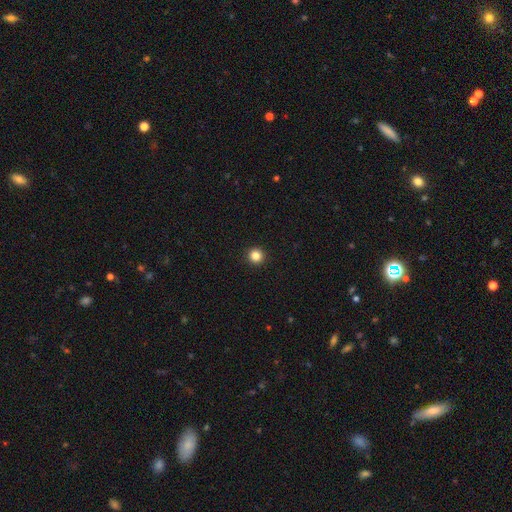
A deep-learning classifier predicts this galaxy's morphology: Smooth or featured: smooth — 84% (star or artifact — 12%)
How rounded: round — 96% (in between — 3%)
Merging: none — 94% (minor disturbance — 4%)